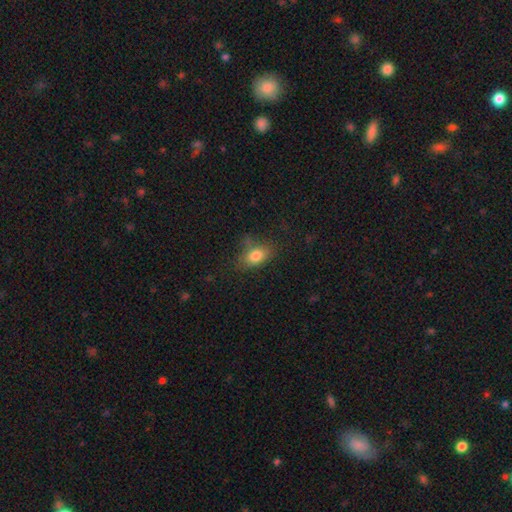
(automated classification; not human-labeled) Smooth or featured? Predicted: smooth (p=0.80). How rounded? Predicted: in between (p=0.81). Merging? Predicted: none (p=0.65).